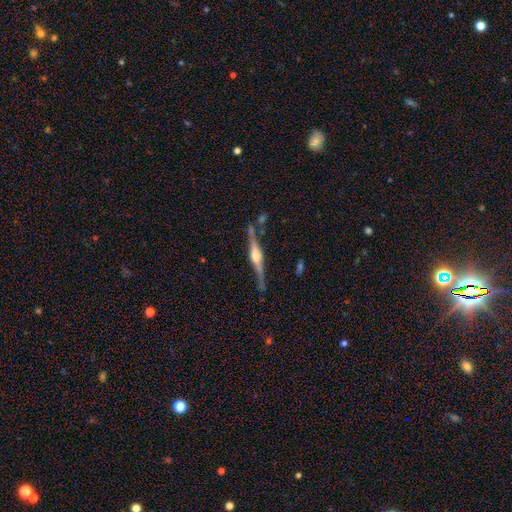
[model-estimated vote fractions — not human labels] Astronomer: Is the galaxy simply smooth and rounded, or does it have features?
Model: featured or disk — 83%.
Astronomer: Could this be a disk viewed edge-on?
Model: yes — 98%.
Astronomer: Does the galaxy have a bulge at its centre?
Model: rounded — 86%.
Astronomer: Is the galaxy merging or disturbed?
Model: none — 81%.